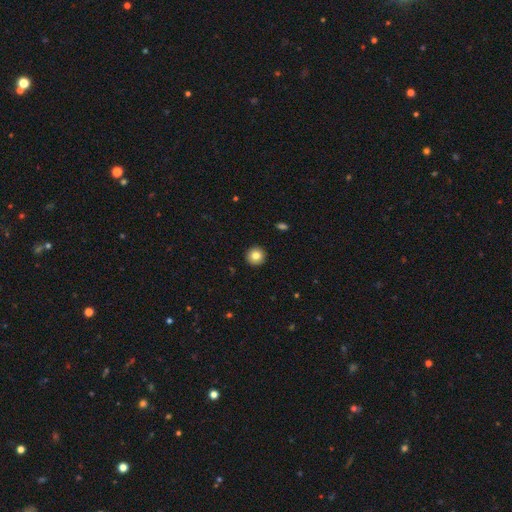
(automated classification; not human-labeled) Smooth or featured?
  - smooth: 83% *
  - star or artifact: 10%
  - featured or disk: 7%
How rounded?
  - round: 95% *
  - in between: 4%
  - cigar-shaped: 1%
Merging?
  - none: 93% *
  - minor disturbance: 4%
  - major disturbance: 1%
  - merger: 1%